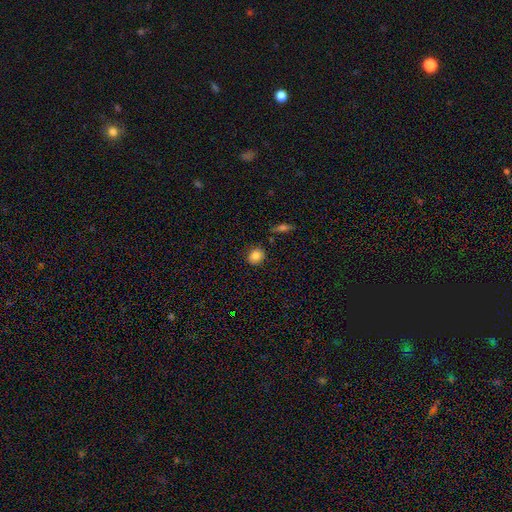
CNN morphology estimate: Smooth or featured? Predicted: smooth (p=0.84). How rounded? Predicted: round (p=0.72). Merging? Predicted: none (p=0.84).